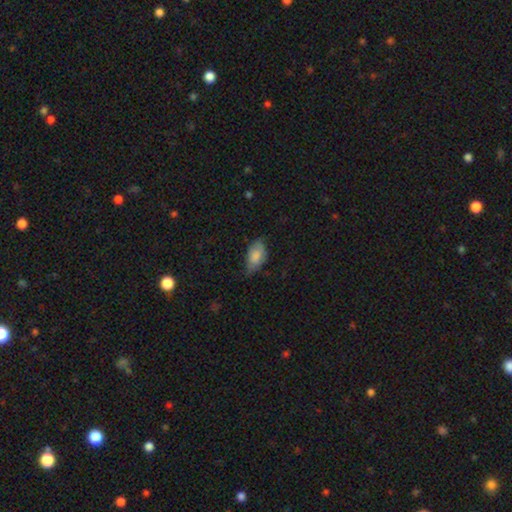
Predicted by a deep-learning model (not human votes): Morphology: type=smooth (81%); roundness=in between (93%); merging=none (54%).